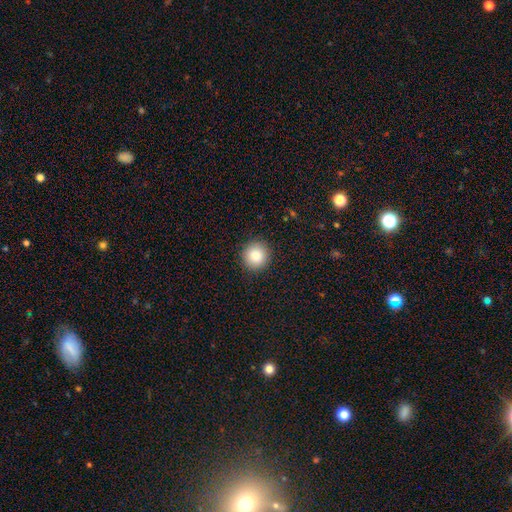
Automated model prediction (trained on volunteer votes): Smooth or featured: smooth — 87% (star or artifact — 9%)
How rounded: round — 92% (in between — 7%)
Merging: none — 91% (minor disturbance — 6%)